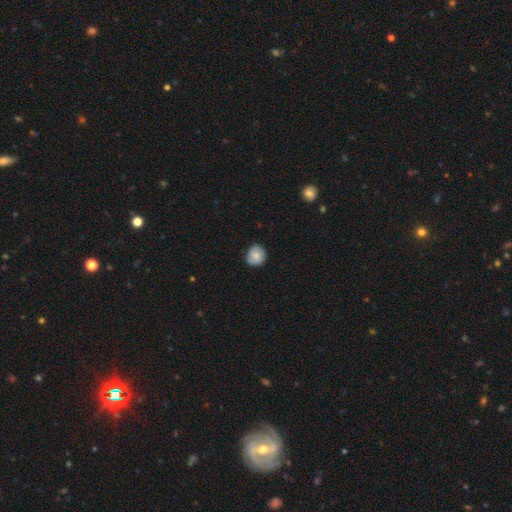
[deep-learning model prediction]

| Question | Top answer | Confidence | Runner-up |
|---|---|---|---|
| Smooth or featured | smooth | 78% | featured or disk (14%) |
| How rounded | round | 77% | in between (22%) |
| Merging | none | 81% | minor disturbance (15%) |